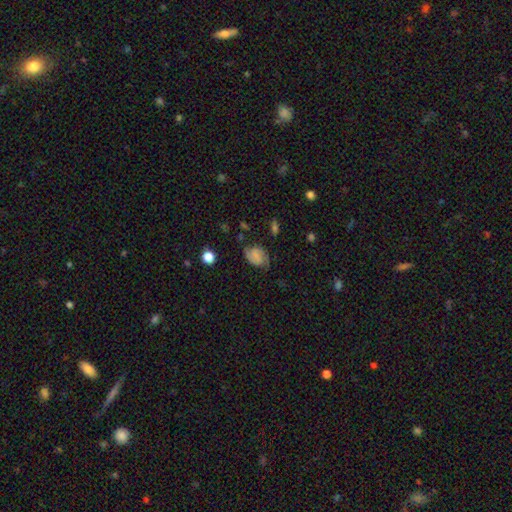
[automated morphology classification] A smooth galaxy with no disk features (47%).

Vote fractions:
- Smooth or featured? smooth: 47% / featured or disk: 42% / star or artifact: 10%
- Merging? none: 62% / minor disturbance: 26% / major disturbance: 10% / merger: 2%